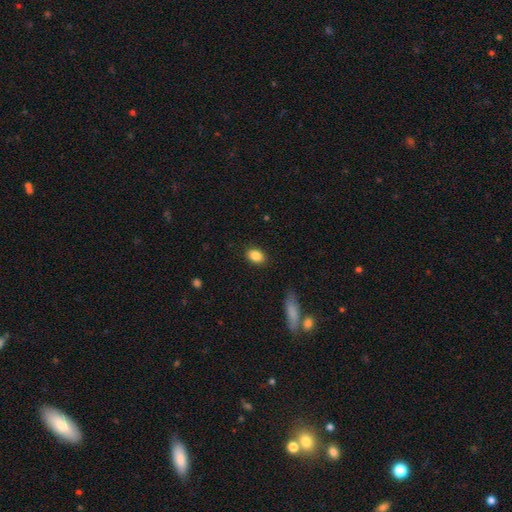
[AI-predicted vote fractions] Morphology: type=smooth (87%); roundness=in between (81%); merging=none (88%).